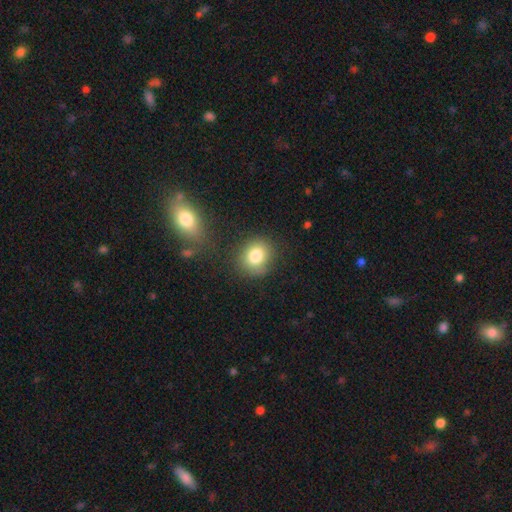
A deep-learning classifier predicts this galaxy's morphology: This appears to be a smooth galaxy with no disk features (81%) that is round (76%). Merging: none (80%).